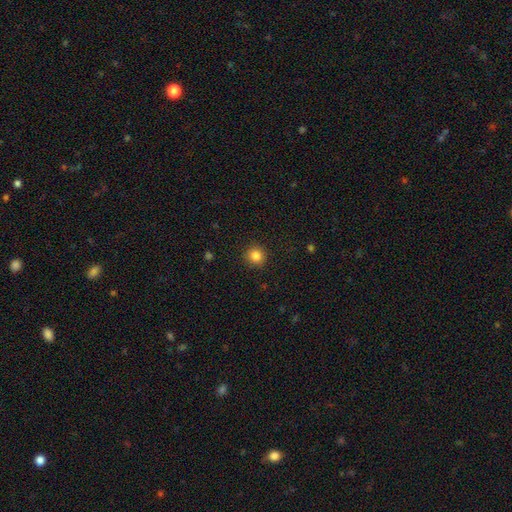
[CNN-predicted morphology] smooth-or-featured: smooth: 84% | star or artifact: 11% | featured or disk: 5%
  how-rounded: round: 92% | in between: 7% | cigar-shaped: 1%
  merging: none: 91% | minor disturbance: 6% | major disturbance: 2% | merger: 1%